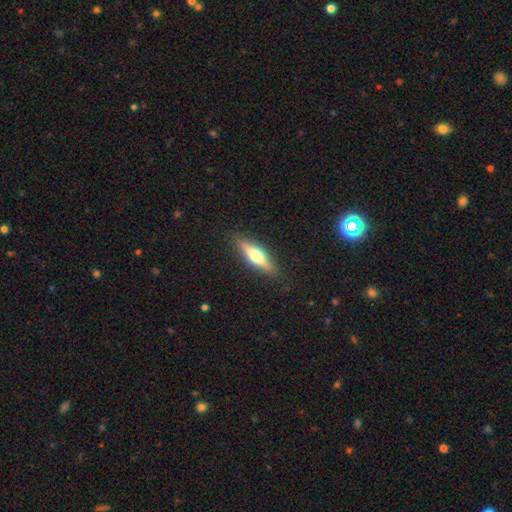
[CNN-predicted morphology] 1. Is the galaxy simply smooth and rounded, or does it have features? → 50% featured or disk, 44% smooth, 6% star or artifact.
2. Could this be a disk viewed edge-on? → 91% yes, 9% no.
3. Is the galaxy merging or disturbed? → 88% none, 9% minor disturbance, 2% major disturbance, 1% merger.